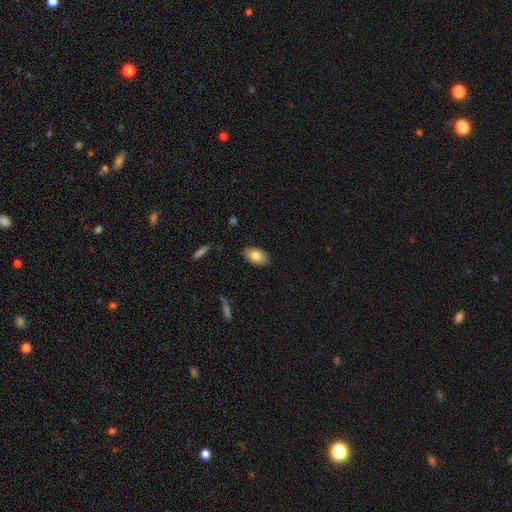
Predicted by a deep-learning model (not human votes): smooth_or_featured: smooth (p=0.80) [alt: featured or disk p=0.13]
how_rounded: in between (p=0.93) [alt: round p=0.06]
merging: none (p=0.87) [alt: minor disturbance p=0.10]